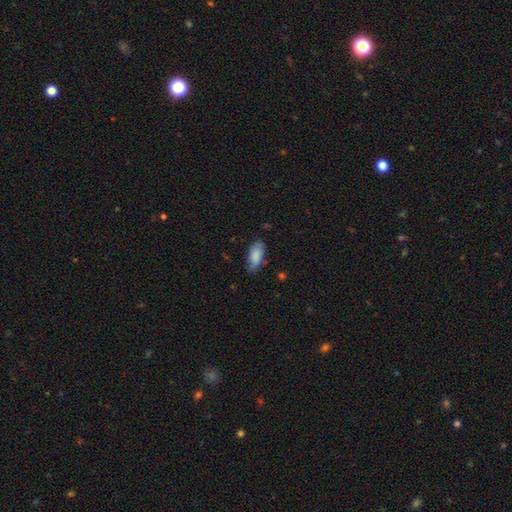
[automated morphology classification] smooth-or-featured: smooth: 85% | featured or disk: 9% | star or artifact: 6%
  how-rounded: in between: 86% | cigar-shaped: 12% | round: 2%
  merging: none: 72% | minor disturbance: 22% | major disturbance: 4% | merger: 2%